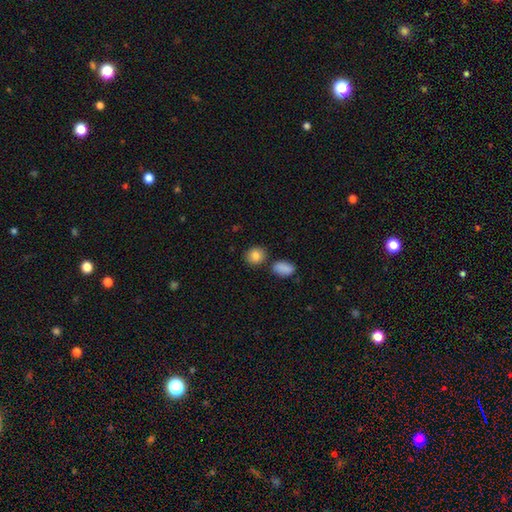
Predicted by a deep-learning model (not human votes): This appears to be a smooth galaxy with no disk features (85%) that is round (71%). Merging: none (76%).